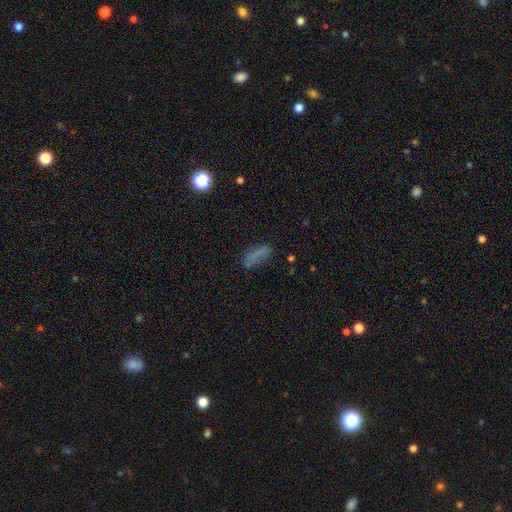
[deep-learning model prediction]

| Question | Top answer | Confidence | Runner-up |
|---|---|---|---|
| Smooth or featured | smooth | 65% | star or artifact (20%) |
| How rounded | in between | 64% | cigar-shaped (31%) |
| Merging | none | 62% | minor disturbance (21%) |